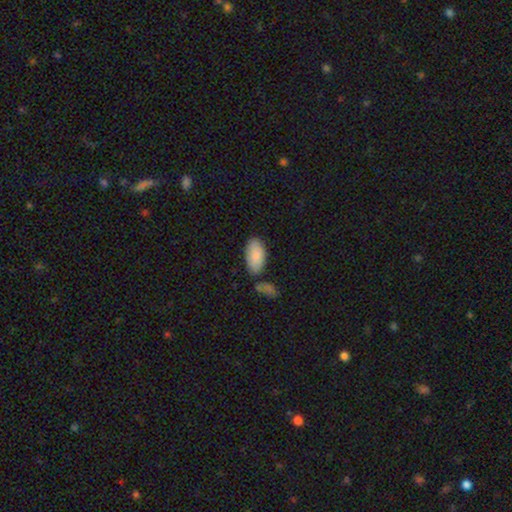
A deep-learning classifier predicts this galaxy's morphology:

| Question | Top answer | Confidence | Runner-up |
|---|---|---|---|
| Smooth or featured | smooth | 86% | featured or disk (8%) |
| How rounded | in between | 94% | cigar-shaped (4%) |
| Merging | none | 68% | minor disturbance (17%) |